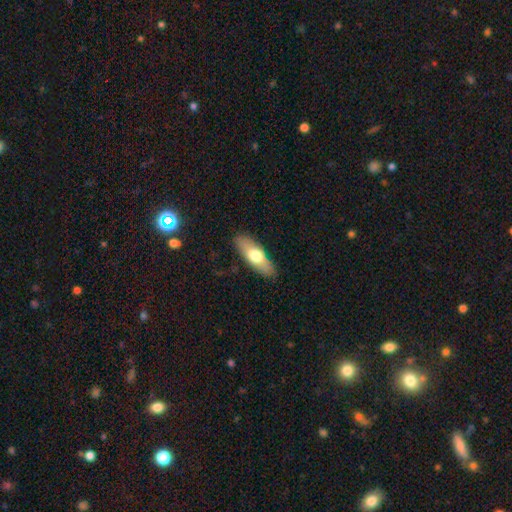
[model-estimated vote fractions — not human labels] Smooth or featured: smooth — 65% (featured or disk — 29%)
How rounded: in between — 64% (cigar-shaped — 34%)
Merging: none — 86% (minor disturbance — 11%)